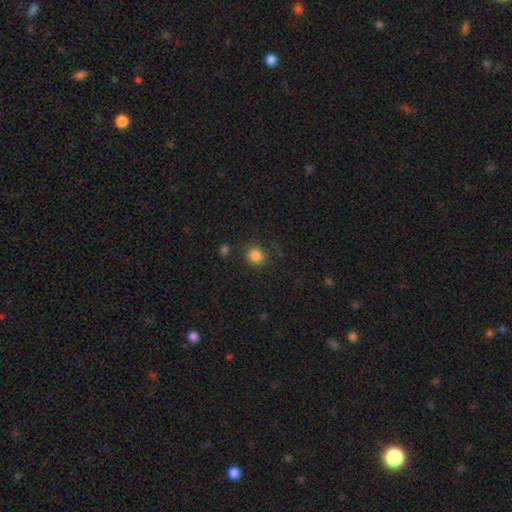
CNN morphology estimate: Smooth or featured? Predicted: smooth (p=0.84). How rounded? Predicted: round (p=0.83). Merging? Predicted: none (p=0.80).